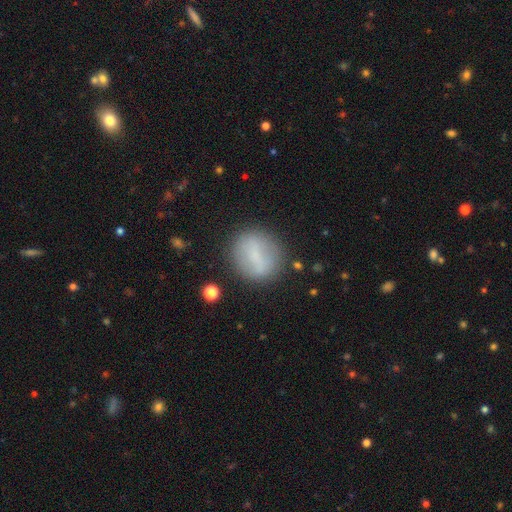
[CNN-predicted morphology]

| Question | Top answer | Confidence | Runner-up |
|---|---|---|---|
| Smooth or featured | smooth | 61% | featured or disk (30%) |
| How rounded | round | 71% | in between (26%) |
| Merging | none | 80% | minor disturbance (12%) |